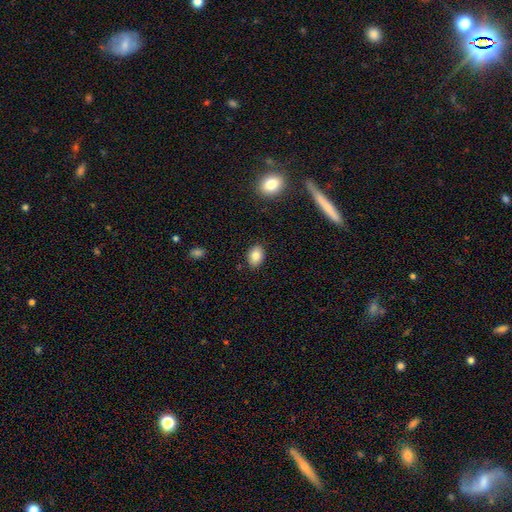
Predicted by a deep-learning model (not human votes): smooth 82%, featured or disk 9%, star or artifact 9%. Down the decision tree: how rounded — in between (73%); merging — none (86%).